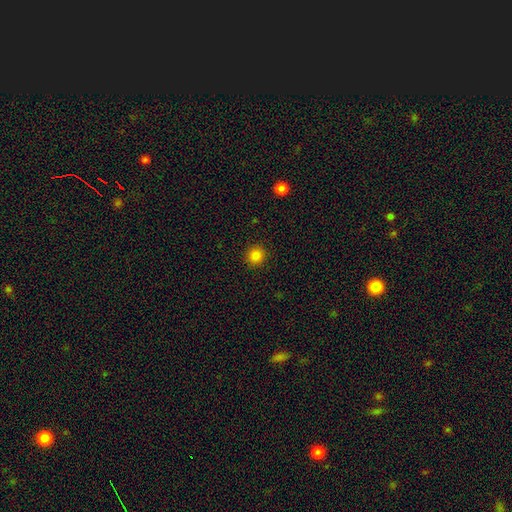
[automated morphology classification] Smooth or featured? smooth (84%)
How rounded? round (93%)
Merging? none (92%)